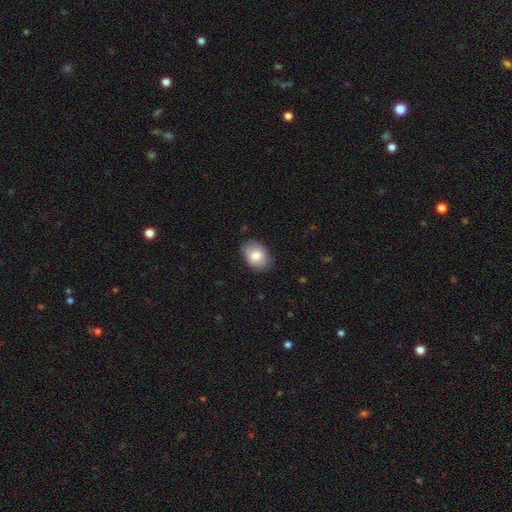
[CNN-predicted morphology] This is likely a smooth galaxy (79%). How rounded: likely in between (75%). Merging: likely none (78%).